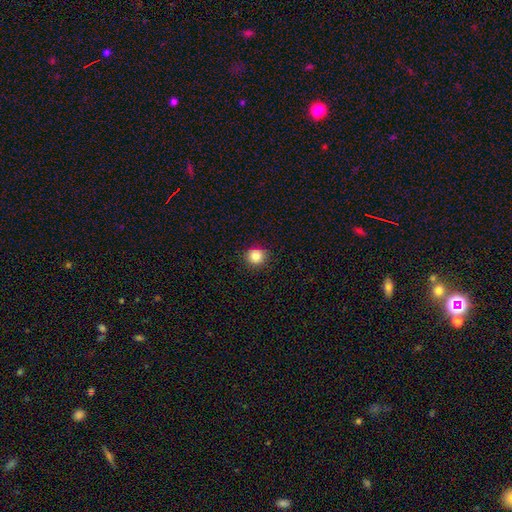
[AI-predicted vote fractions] Morphology: type=smooth (84%); roundness=round (91%); merging=none (91%).